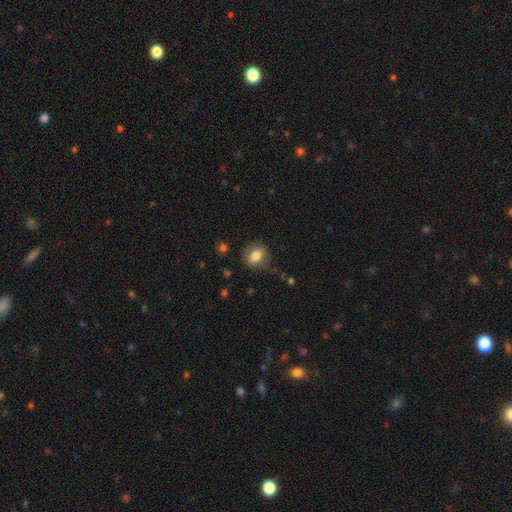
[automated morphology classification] Smooth or featured?
  - smooth: 80% *
  - featured or disk: 11%
  - star or artifact: 9%
How rounded?
  - in between: 52% *
  - round: 47%
  - cigar-shaped: 1%
Merging?
  - none: 72% *
  - minor disturbance: 20%
  - major disturbance: 7%
  - merger: 2%